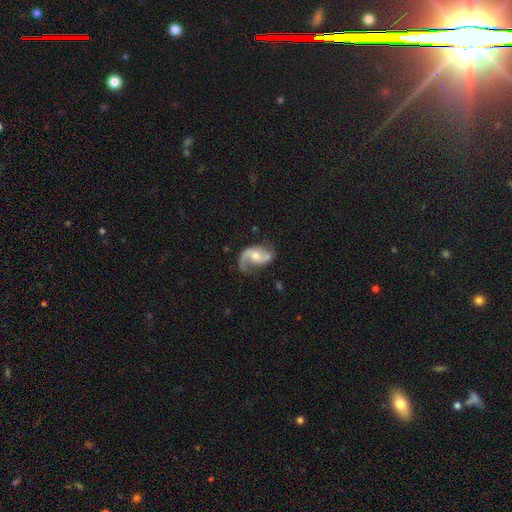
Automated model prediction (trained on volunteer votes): This appears to be a featured or disk galaxy (85%) with no bar (54%), 2 (78%) loose (54%) spiral arms (95%) and a moderate central bulge (59%). Merging: none (59%).